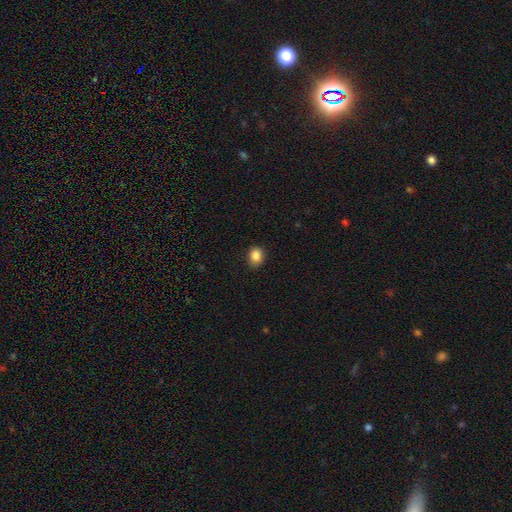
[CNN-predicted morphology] Smooth or featured? Predicted: smooth (p=0.87). How rounded? Predicted: round (p=0.54). Merging? Predicted: none (p=0.82).